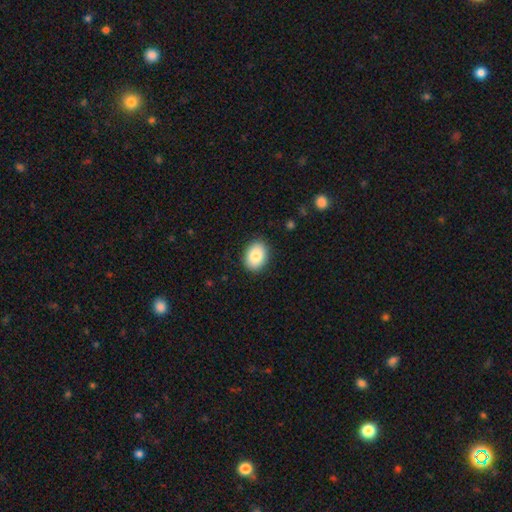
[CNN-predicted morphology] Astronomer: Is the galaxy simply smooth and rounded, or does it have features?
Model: smooth — 85%.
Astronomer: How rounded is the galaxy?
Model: in between — 73%.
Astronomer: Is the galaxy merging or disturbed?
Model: none — 89%.